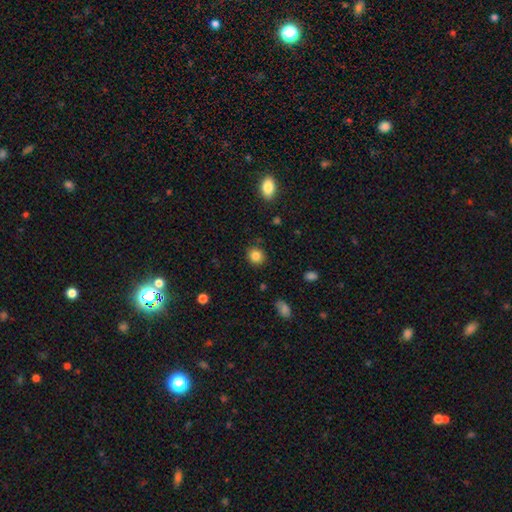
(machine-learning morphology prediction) Smooth or featured: smooth — 84% (star or artifact — 10%)
How rounded: round — 83% (in between — 16%)
Merging: none — 88% (minor disturbance — 8%)